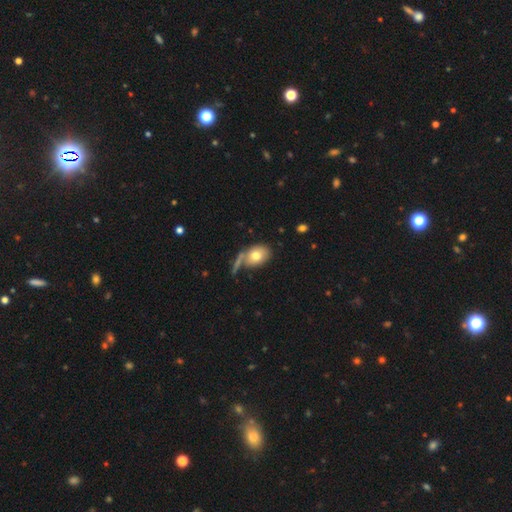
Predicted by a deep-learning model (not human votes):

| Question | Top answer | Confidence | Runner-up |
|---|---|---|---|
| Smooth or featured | smooth | 74% | featured or disk (18%) |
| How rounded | in between | 71% | round (27%) |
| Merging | none | 50% | merger (21%) |